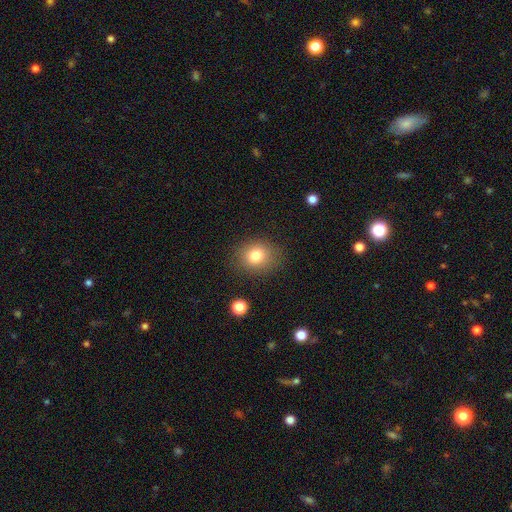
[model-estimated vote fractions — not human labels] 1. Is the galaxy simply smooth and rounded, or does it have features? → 79% smooth, 12% star or artifact, 9% featured or disk.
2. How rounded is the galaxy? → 66% round, 33% in between, 1% cigar-shaped.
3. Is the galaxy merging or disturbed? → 84% none, 11% minor disturbance, 4% major disturbance, 2% merger.